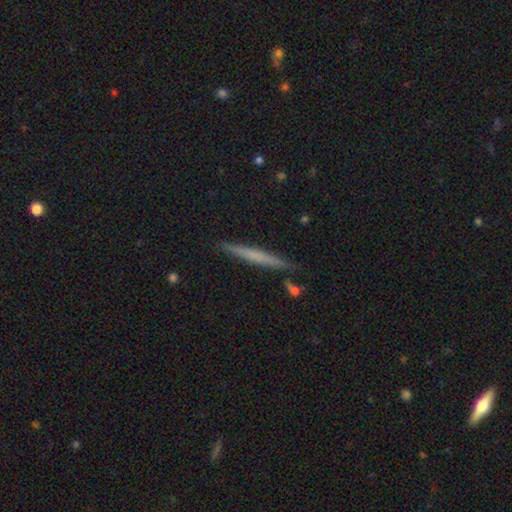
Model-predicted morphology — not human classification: A smooth galaxy with no disk features (51%) that is cigar-shaped (96%). Merging: none (88%).